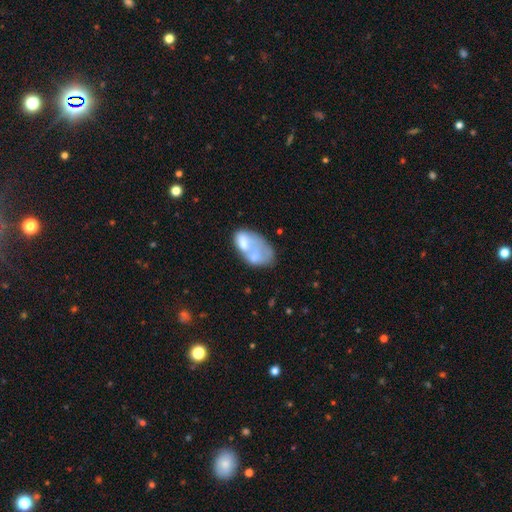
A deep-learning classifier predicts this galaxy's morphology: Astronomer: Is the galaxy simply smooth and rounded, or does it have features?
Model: smooth — 54% (runner-up: featured or disk, 38%).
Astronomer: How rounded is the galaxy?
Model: in between — 89%.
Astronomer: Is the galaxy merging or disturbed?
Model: merger — 49%.